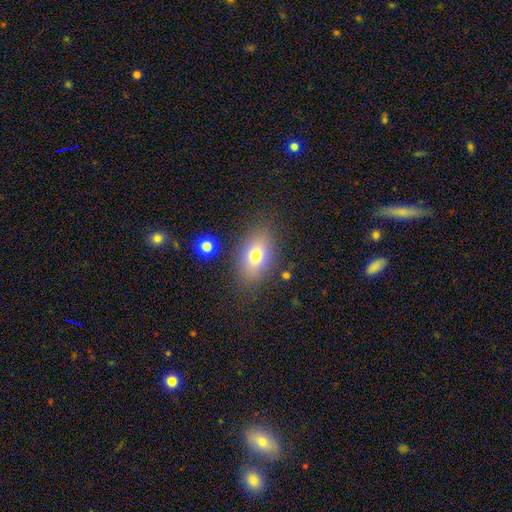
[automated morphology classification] A smooth galaxy with no disk features (74%) that is in between round and cigar-shaped (85%). Merging: none (79%).